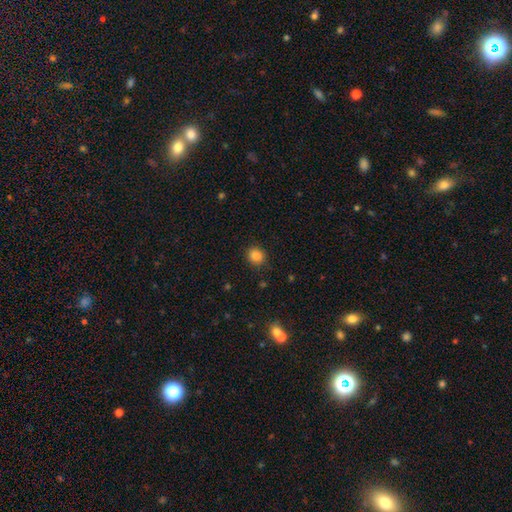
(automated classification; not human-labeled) This appears to be a smooth galaxy with no disk features (85%) that is round (78%). Merging: none (87%).